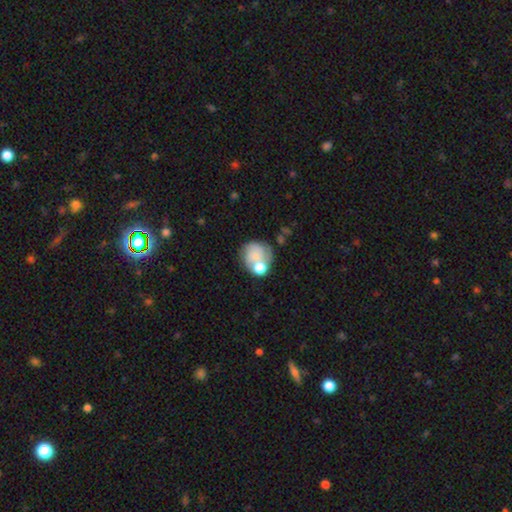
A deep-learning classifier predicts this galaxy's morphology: type=smooth (51%); roundness=round (72%); merging=none (42%).